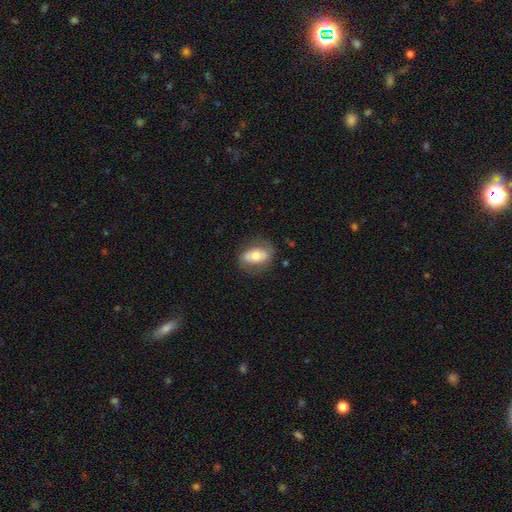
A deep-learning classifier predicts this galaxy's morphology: This appears to be a smooth galaxy with no disk features (55%) that is in between round and cigar-shaped (85%). Merging: none (72%).